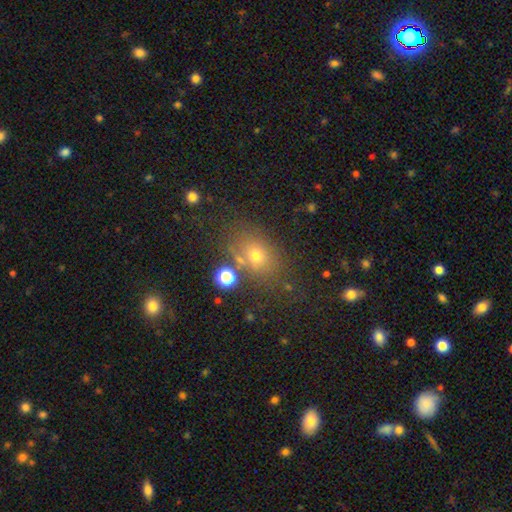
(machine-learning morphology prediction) Smooth or featured?
  - smooth: 66% *
  - star or artifact: 19%
  - featured or disk: 15%
How rounded?
  - in between: 54% *
  - round: 44%
  - cigar-shaped: 1%
Merging?
  - none: 69% *
  - minor disturbance: 14%
  - merger: 10%
  - major disturbance: 7%